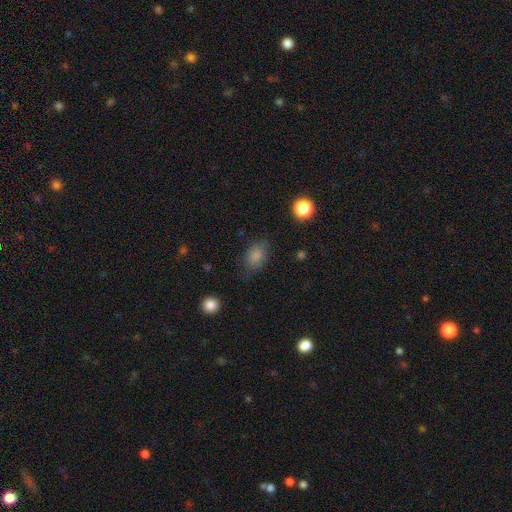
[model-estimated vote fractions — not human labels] Smooth or featured? Predicted: smooth (p=0.82). How rounded? Predicted: in between (p=0.79). Merging? Predicted: none (p=0.71).